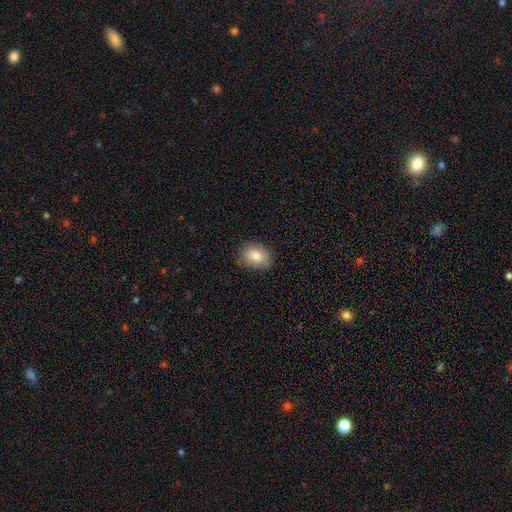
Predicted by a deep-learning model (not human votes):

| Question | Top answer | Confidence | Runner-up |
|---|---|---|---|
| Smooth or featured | smooth | 83% | featured or disk (9%) |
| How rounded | in between | 60% | round (39%) |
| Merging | none | 80% | minor disturbance (16%) |